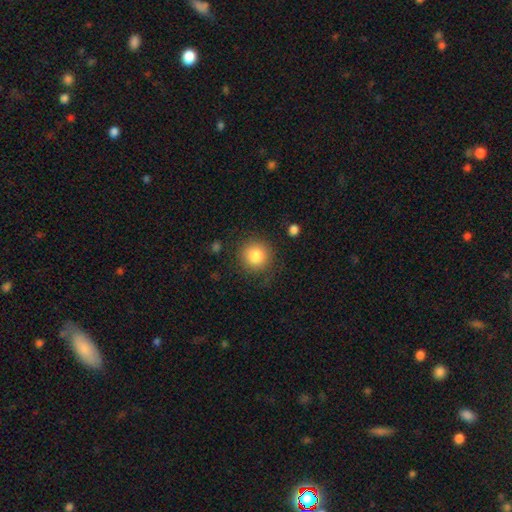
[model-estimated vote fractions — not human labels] smooth-or-featured: smooth: 83% | star or artifact: 9% | featured or disk: 7%
  how-rounded: round: 93% | in between: 6% | cigar-shaped: 1%
  merging: none: 84% | minor disturbance: 10% | major disturbance: 4% | merger: 2%